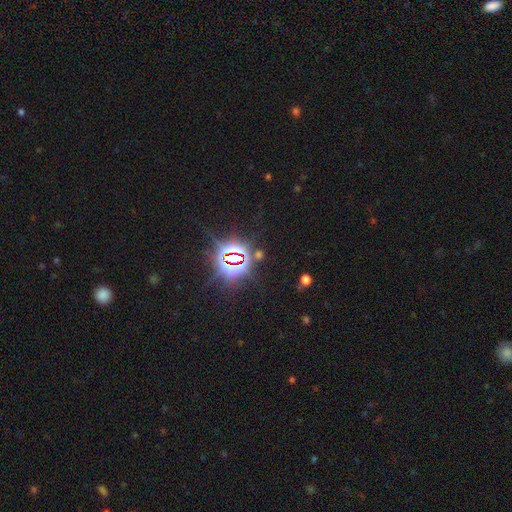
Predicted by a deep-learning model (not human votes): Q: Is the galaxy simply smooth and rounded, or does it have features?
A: star or artifact — 84%.